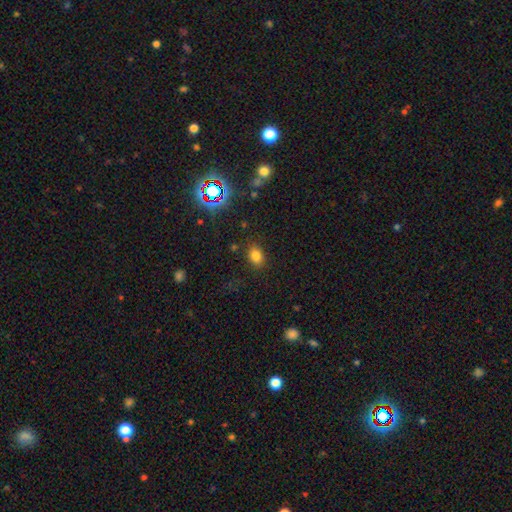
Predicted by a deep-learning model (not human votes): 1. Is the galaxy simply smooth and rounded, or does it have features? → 77% smooth, 16% star or artifact, 7% featured or disk.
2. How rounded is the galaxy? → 69% in between, 30% round, 1% cigar-shaped.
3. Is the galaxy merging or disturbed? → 83% none, 11% minor disturbance, 4% major disturbance, 2% merger.